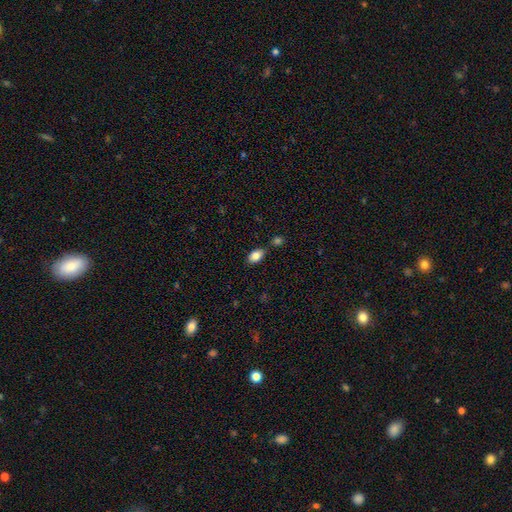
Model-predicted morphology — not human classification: A smooth galaxy with no disk features (84%) that is in between round and cigar-shaped (90%). Merging: none (71%).